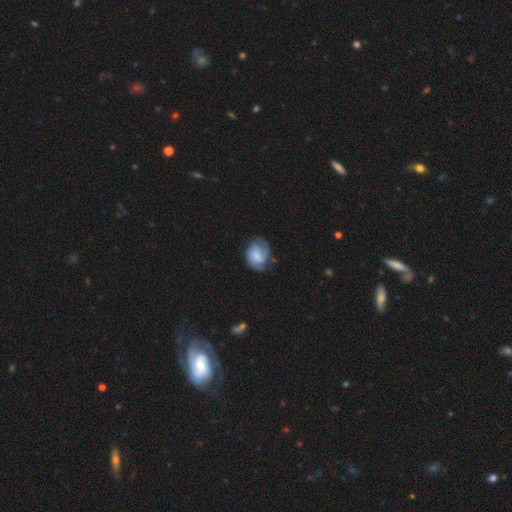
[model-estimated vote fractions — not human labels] This is likely a featured or disk galaxy (63%). It is clearly not viewed edge-on (98%). Bar: possibly no (52%). Spiral arm pattern: clearly yes (92%). Spiral arm count: possibly 2 (57%). Spiral winding: marginally tight (42%). Central bulge: marginally none (37%). Merging: likely none (64%).